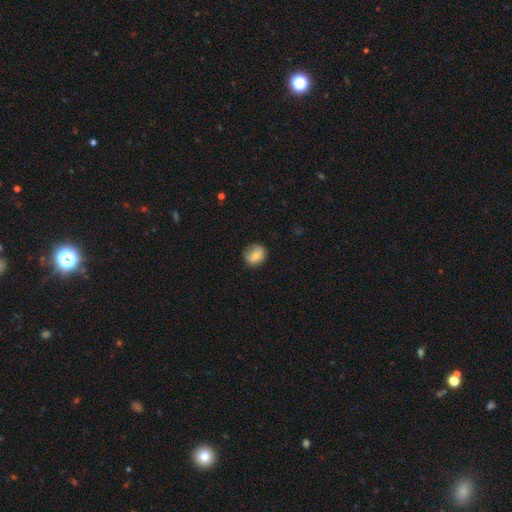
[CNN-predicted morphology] This is likely a smooth galaxy (73%). How rounded: likely round (76%). Merging: likely none (75%).